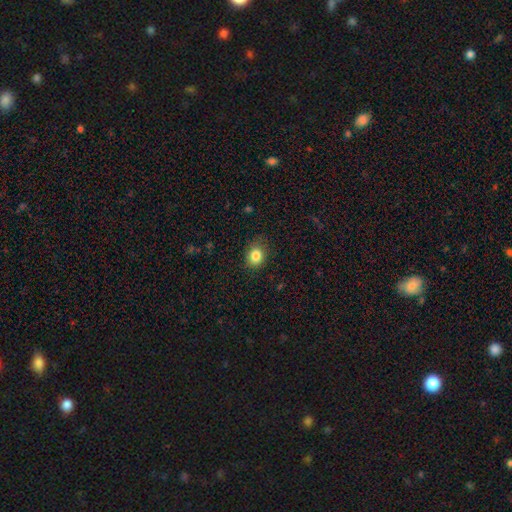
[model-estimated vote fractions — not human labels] Overall: smooth (83%). How rounded: round (54%; in between 45%). Merging: none (80%).